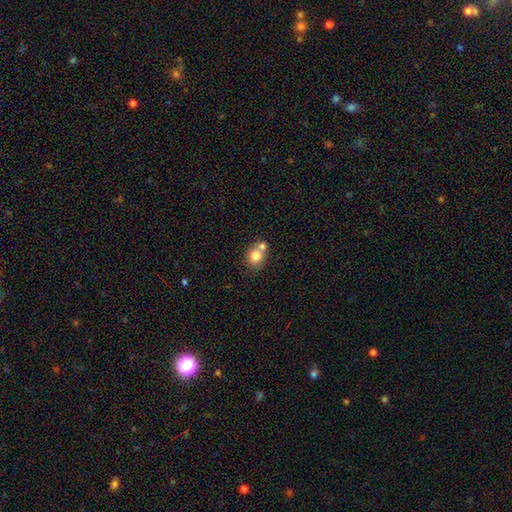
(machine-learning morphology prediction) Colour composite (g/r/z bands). It shows a smooth galaxy with no disk features (79%) that is round (74%). Merging: merger (45%).